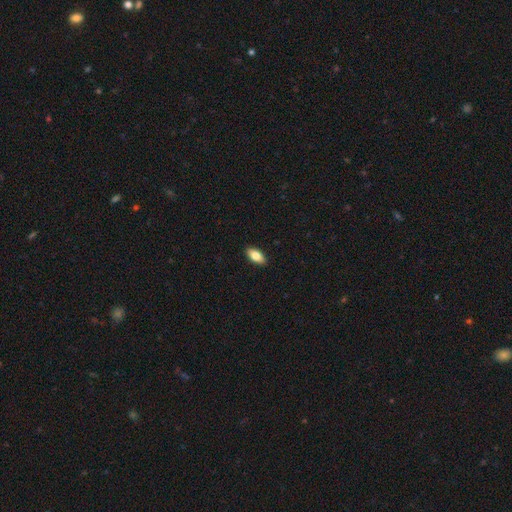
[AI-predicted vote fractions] A smooth galaxy with no disk features (80%) that is in between round and cigar-shaped (90%). Merging: none (90%).